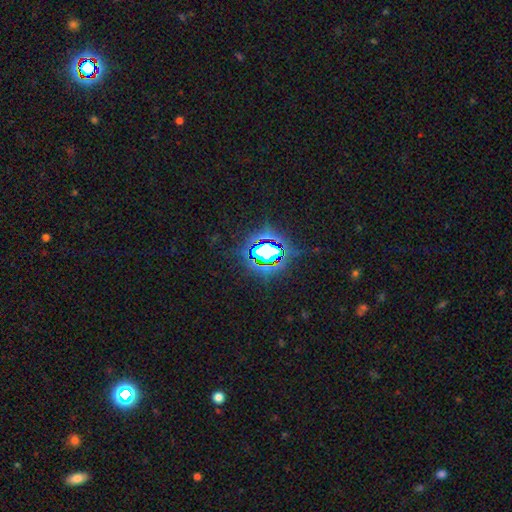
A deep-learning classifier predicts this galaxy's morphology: This is likely a star or artifact rather than a galaxy (77%).